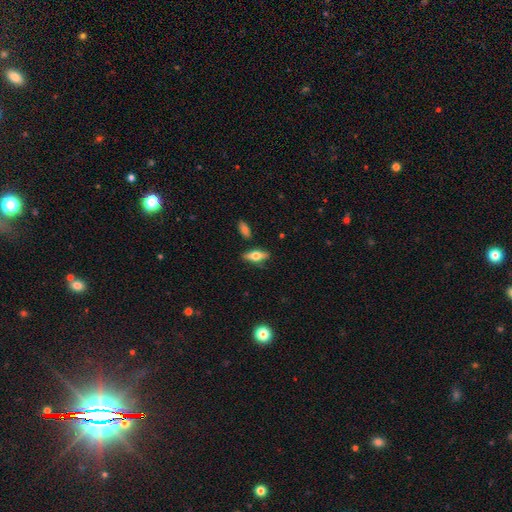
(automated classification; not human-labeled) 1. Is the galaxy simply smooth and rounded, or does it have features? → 48% smooth, 45% featured or disk, 7% star or artifact.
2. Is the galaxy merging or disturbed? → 78% none, 14% minor disturbance, 4% merger, 4% major disturbance.